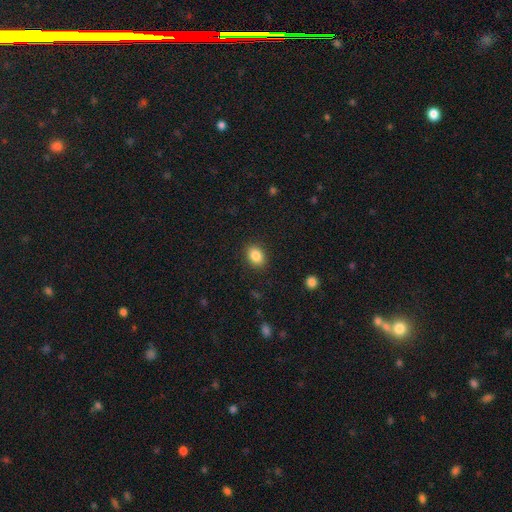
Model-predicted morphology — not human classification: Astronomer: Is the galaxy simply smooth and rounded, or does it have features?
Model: smooth — 86%.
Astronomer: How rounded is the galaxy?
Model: in between — 68%.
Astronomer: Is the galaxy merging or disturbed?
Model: none — 89%.